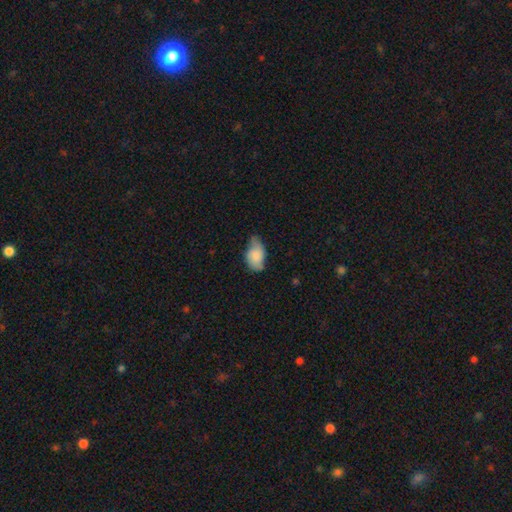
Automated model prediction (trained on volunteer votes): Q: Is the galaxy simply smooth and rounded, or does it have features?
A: smooth — 78%.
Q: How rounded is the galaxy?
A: in between — 90%.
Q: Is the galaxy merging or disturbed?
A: minor disturbance — 47%.